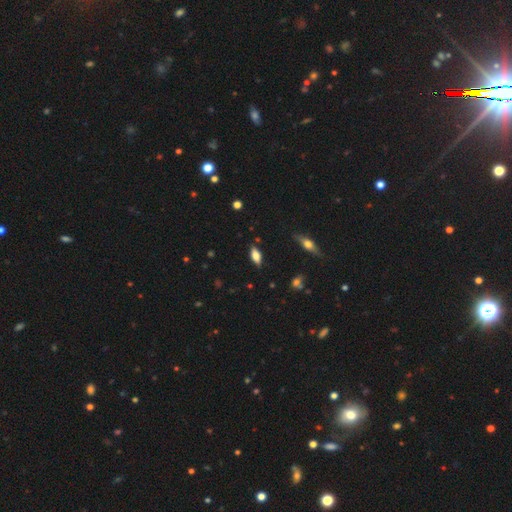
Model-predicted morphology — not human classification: This appears to be a smooth galaxy with no disk features (66%) that is in between round and cigar-shaped (80%). Merging: none (83%).